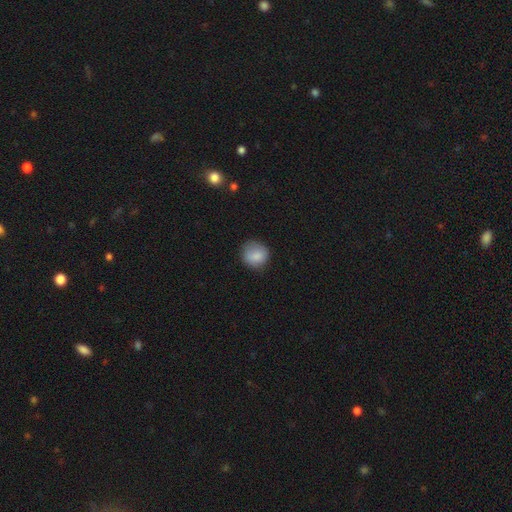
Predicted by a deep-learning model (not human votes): The model was most divided on "merging": none: 77%, minor disturbance: 18%, major disturbance: 4%, merger: 1%. More confident: how rounded — round (86%); smooth or featured — smooth (85%).